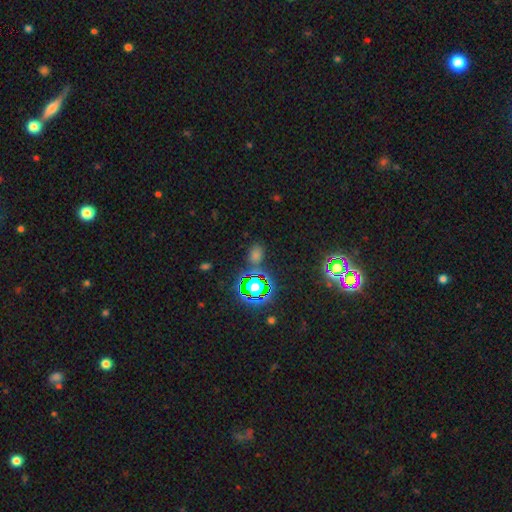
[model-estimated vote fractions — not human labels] smooth-or-featured: star or artifact: 50% | smooth: 42% | featured or disk: 8%